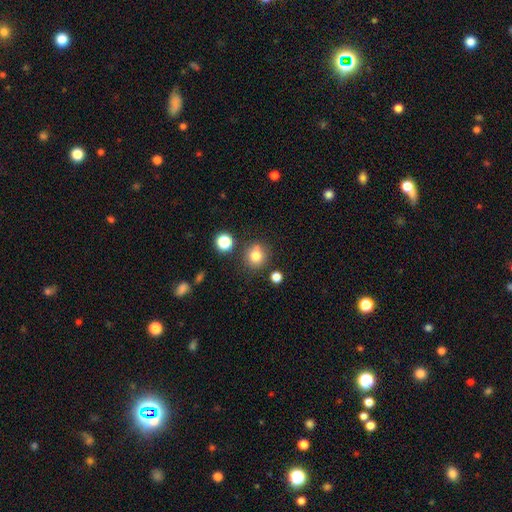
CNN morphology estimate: Smooth or featured?
  - smooth: 80% *
  - star or artifact: 13%
  - featured or disk: 8%
How rounded?
  - round: 86% *
  - in between: 13%
  - cigar-shaped: 1%
Merging?
  - none: 77% *
  - minor disturbance: 11%
  - merger: 8%
  - major disturbance: 4%